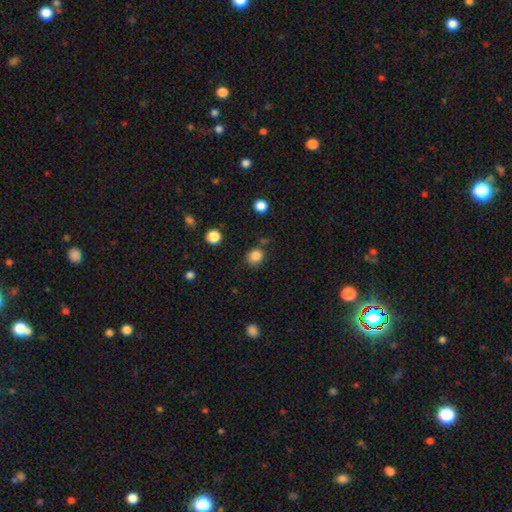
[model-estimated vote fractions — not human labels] A smooth galaxy with no disk features (84%) that is round (67%).

Vote fractions:
- Smooth or featured? smooth: 84% / star or artifact: 11% / featured or disk: 4%
- How rounded? round: 67% / in between: 32% / cigar-shaped: 1%
- Merging? none: 75% / minor disturbance: 15% / merger: 6% / major disturbance: 4%